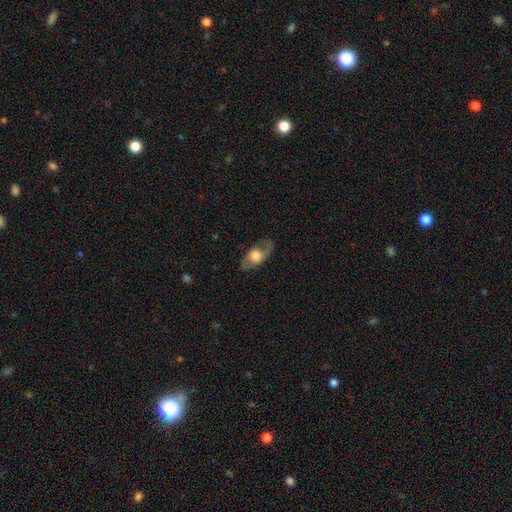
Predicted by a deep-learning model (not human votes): A featured or disk galaxy (53%). Merging: none (77%).